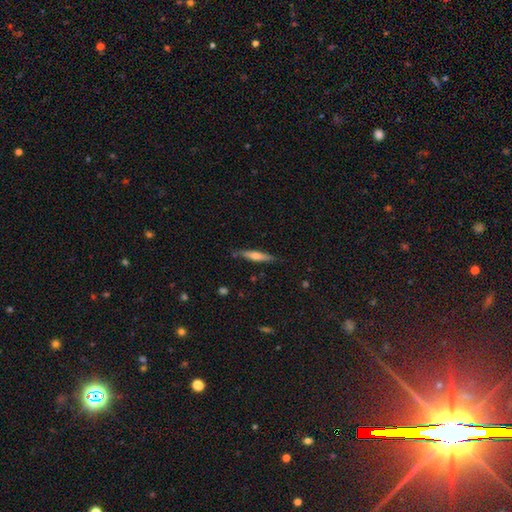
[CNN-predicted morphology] Smooth or featured? smooth (47%)
Merging? none (83%)